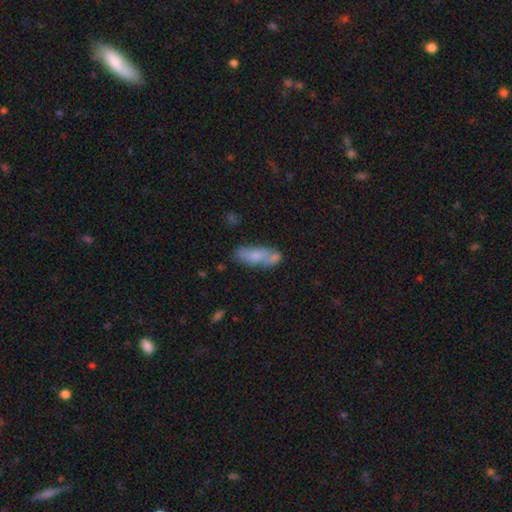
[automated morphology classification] smooth_or_featured: smooth (p=0.64) [alt: featured or disk p=0.28]
how_rounded: in between (p=0.67) [alt: cigar-shaped p=0.30]
merging: none (p=0.40) [alt: merger p=0.30]